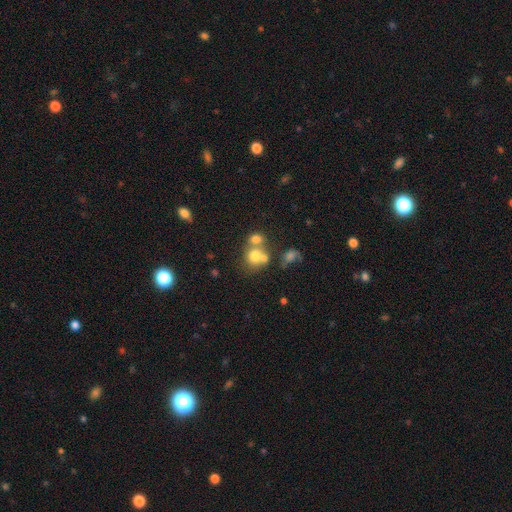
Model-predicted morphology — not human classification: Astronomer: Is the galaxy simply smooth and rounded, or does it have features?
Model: smooth — 70%.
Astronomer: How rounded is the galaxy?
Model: round — 72%.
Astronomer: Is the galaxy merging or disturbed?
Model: merger — 50% (runner-up: none, 35%).